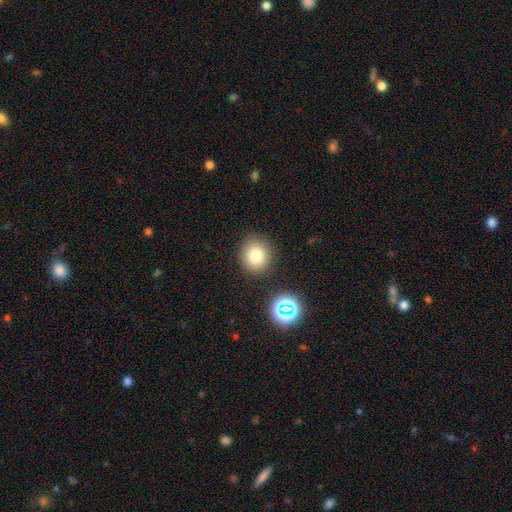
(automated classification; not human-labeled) smooth-or-featured: smooth: 81% | star or artifact: 12% | featured or disk: 7%
  how-rounded: round: 74% | in between: 25% | cigar-shaped: 1%
  merging: none: 85% | minor disturbance: 9% | merger: 4% | major disturbance: 3%